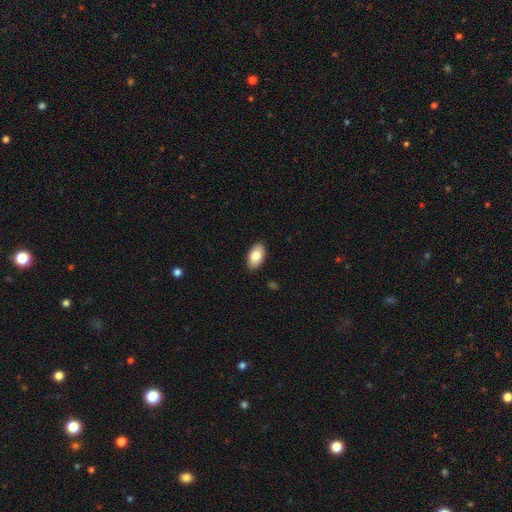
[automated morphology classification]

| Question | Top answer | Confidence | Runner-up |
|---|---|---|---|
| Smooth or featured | smooth | 84% | featured or disk (9%) |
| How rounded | in between | 94% | round (4%) |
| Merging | none | 89% | minor disturbance (8%) |